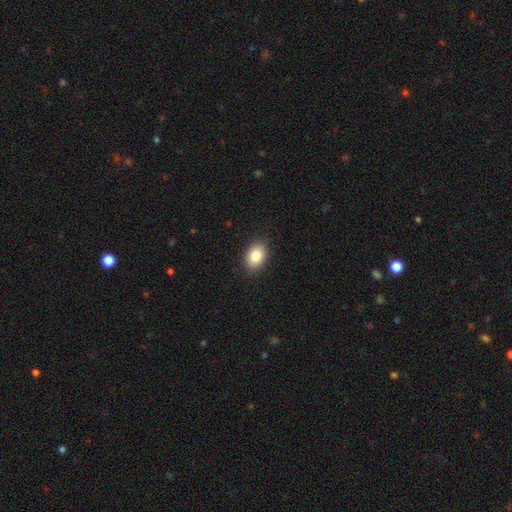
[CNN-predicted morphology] A smooth galaxy with no disk features (85%) that is in between round and cigar-shaped (81%).

Vote fractions:
- Smooth or featured? smooth: 85% / star or artifact: 8% / featured or disk: 7%
- How rounded? in between: 81% / round: 17% / cigar-shaped: 1%
- Merging? none: 89% / minor disturbance: 8% / major disturbance: 2% / merger: 1%